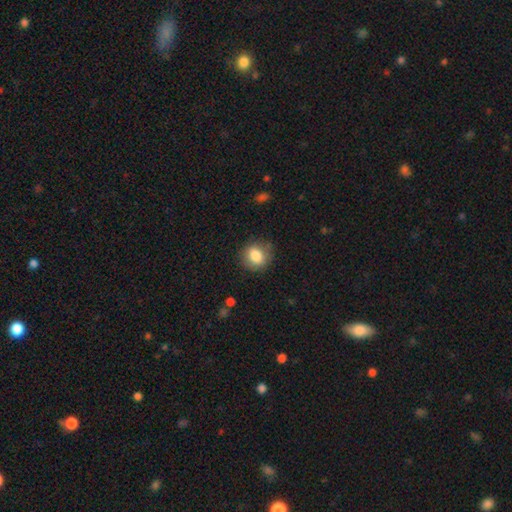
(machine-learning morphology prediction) Smooth or featured? smooth (82%)
How rounded? round (71%)
Merging? none (79%)